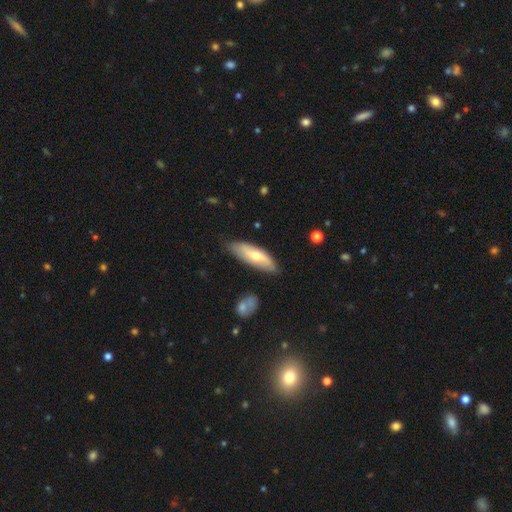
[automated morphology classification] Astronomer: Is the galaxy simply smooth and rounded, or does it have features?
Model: smooth — 49% (runner-up: featured or disk, 46%).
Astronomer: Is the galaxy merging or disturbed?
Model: none — 75%.